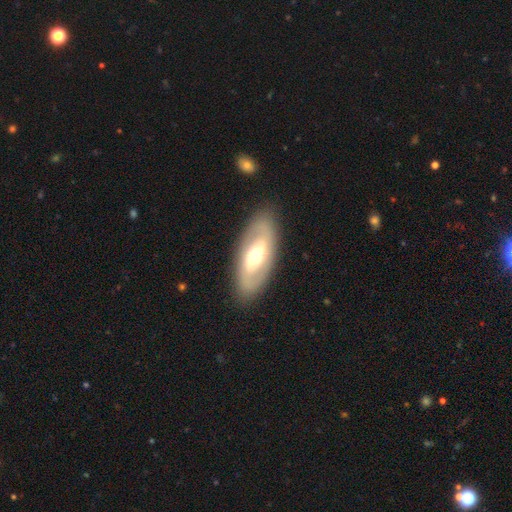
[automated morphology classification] Q: Smooth or featured?
A: featured or disk (64%); runner-up: smooth (31%)
Q: Edge-on disk?
A: no (88%); runner-up: yes (12%)
Q: Bar?
A: weak (40%); runner-up: no (36%)
Q: Spiral arms?
A: yes (58%); runner-up: no (42%)
Q: Bulge size?
A: moderate (69%); runner-up: large (15%)
Q: Merging?
A: none (86%); runner-up: minor disturbance (9%)